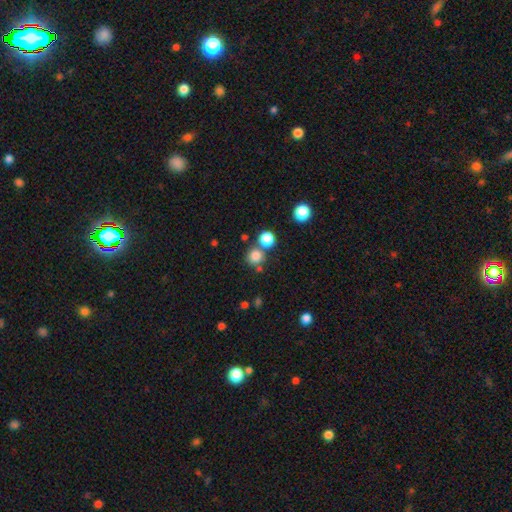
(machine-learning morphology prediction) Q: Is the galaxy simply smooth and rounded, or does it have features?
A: smooth — 80%.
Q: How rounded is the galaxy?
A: round — 92%.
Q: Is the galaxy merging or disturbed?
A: none — 70%.